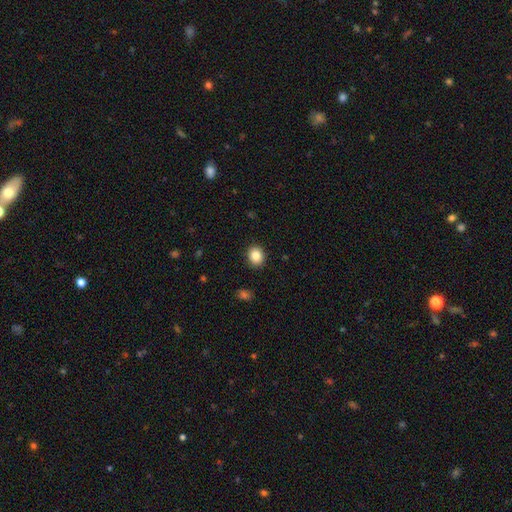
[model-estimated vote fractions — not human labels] A smooth galaxy with no disk features (85%) that is round (69%).

Vote fractions:
- Smooth or featured? smooth: 85% / star or artifact: 9% / featured or disk: 6%
- How rounded? round: 69% / in between: 30% / cigar-shaped: 1%
- Merging? none: 91% / minor disturbance: 6% / major disturbance: 2% / merger: 1%